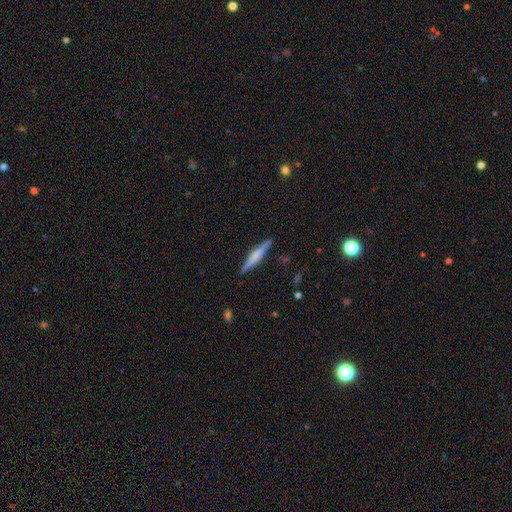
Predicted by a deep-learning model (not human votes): featured or disk 52%, smooth 42%, star or artifact 6%. Down the decision tree: edge-on disk — yes (97%); edge-on bulge — rounded (44%); merging — none (88%).